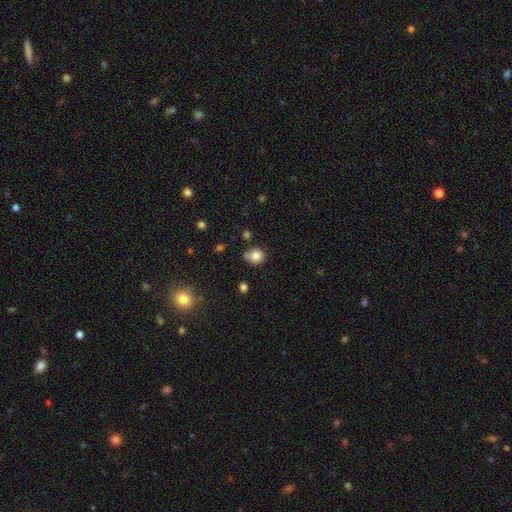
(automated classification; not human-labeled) Q: Smooth or featured?
A: smooth (82%); runner-up: star or artifact (11%)
Q: How rounded?
A: round (79%); runner-up: in between (20%)
Q: Merging?
A: none (66%); runner-up: minor disturbance (22%)